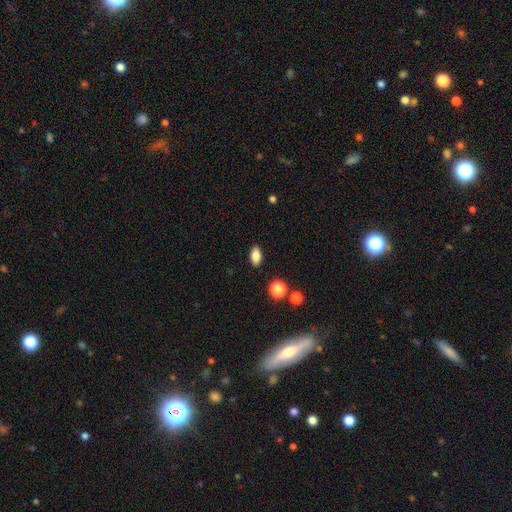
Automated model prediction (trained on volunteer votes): This is clearly a smooth galaxy (83%). How rounded: clearly in between (88%). Merging: clearly none (88%).